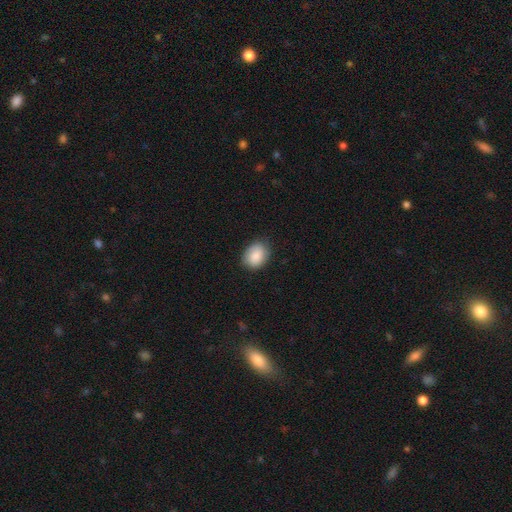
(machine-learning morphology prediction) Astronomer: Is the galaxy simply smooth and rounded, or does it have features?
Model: smooth — 87%.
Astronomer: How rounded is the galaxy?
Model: in between — 65%.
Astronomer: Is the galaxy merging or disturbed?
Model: none — 81%.